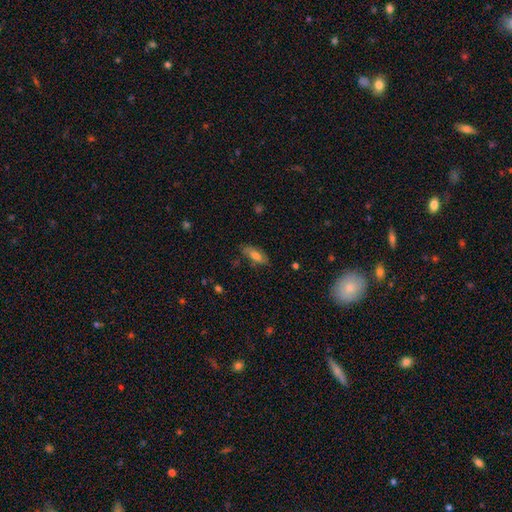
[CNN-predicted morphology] Smooth or featured? smooth (66%)
How rounded? in between (73%)
Merging? none (74%)